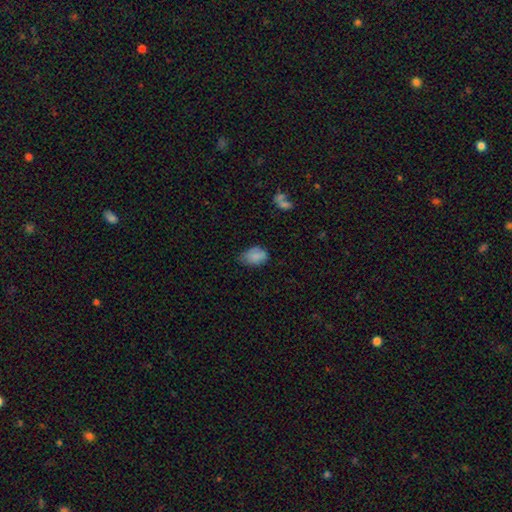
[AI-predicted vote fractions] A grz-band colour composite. It shows a smooth galaxy with no disk features (84%) that is in between round and cigar-shaped (84%). Merging: none (50%).